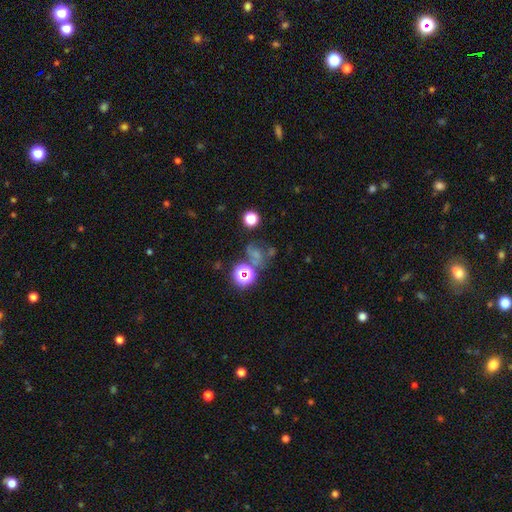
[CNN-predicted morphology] Overall: star or artifact (39%, tied with smooth).